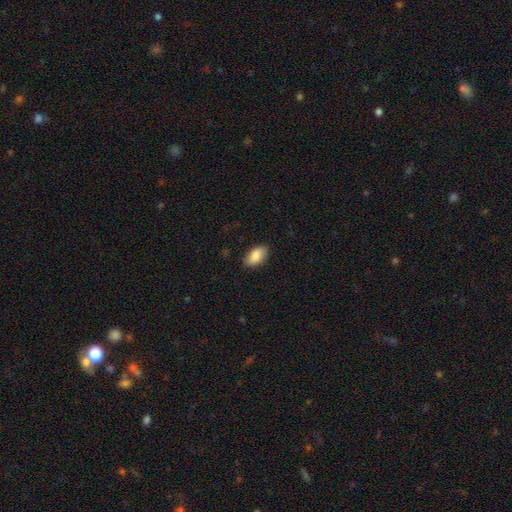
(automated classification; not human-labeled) smooth-or-featured: smooth: 86% | featured or disk: 7% | star or artifact: 6%
  how-rounded: in between: 94% | round: 4% | cigar-shaped: 2%
  merging: none: 85% | minor disturbance: 11% | major disturbance: 2% | merger: 1%